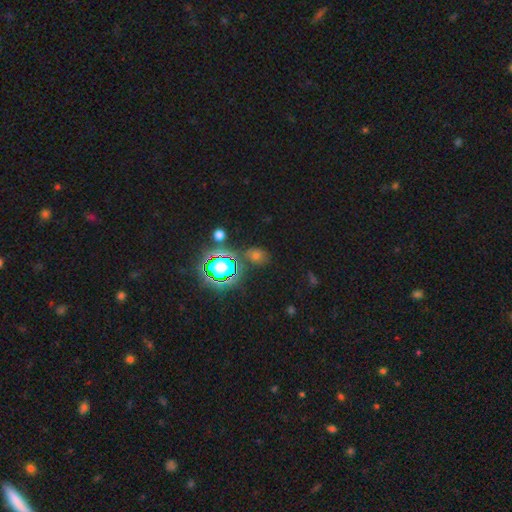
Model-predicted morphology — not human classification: type=star or artifact (45%).